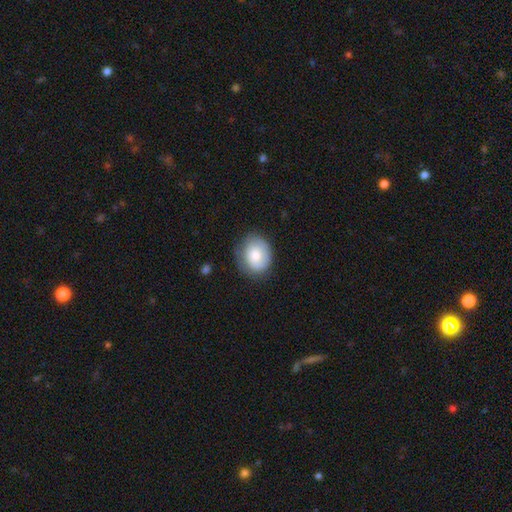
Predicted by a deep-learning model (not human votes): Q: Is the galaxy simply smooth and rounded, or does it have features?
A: smooth — 73%.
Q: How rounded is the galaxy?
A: round — 57%.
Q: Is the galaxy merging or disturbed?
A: none — 71%.